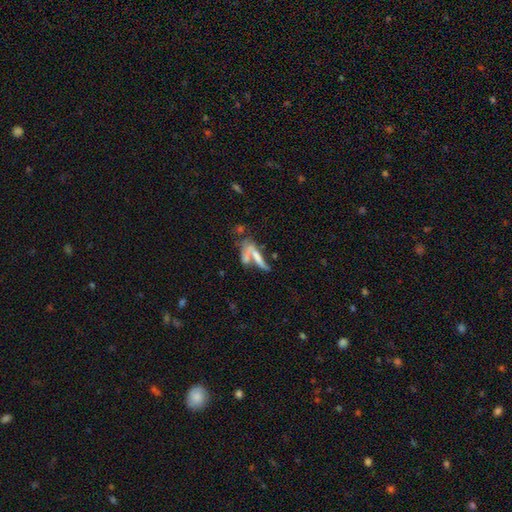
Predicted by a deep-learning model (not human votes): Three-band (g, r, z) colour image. It shows a smooth galaxy with no disk features (53%) that is cigar-shaped (69%). Merging: merger (47%).